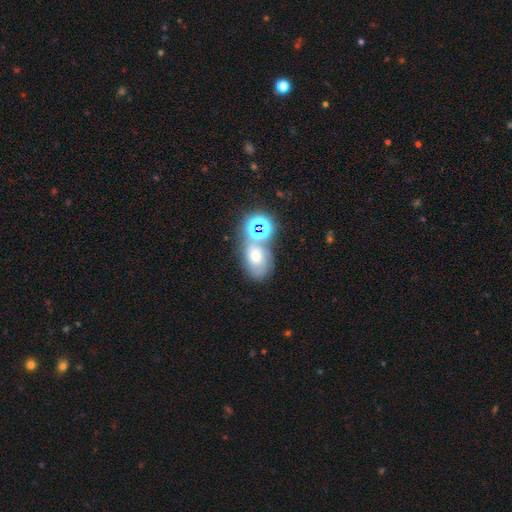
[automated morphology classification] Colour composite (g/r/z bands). It shows a smooth galaxy with no disk features (43%). Merging: none (48%).